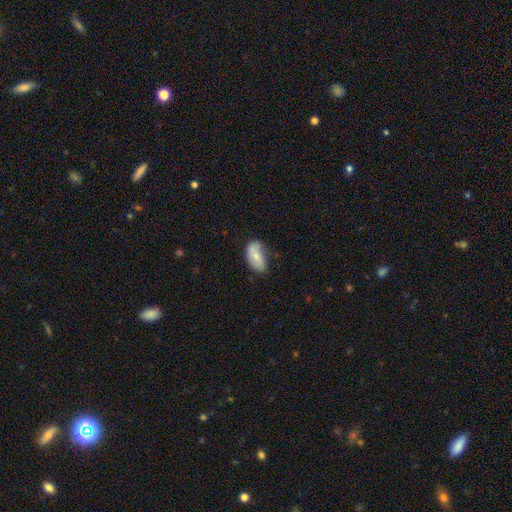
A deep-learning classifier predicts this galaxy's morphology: Smooth or featured: smooth — 68% (featured or disk — 26%)
How rounded: in between — 92% (round — 4%)
Merging: none — 50% (minor disturbance — 36%)